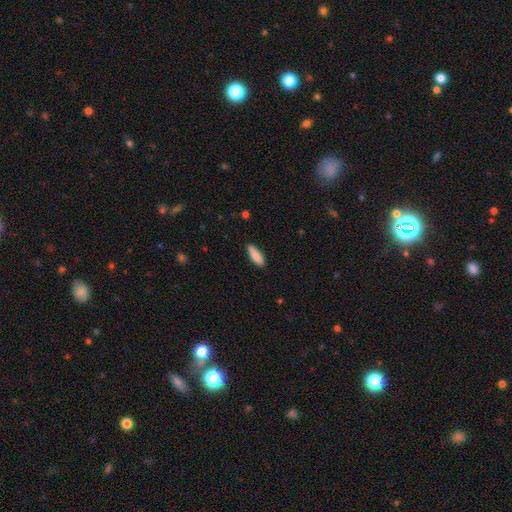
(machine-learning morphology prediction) The model was most divided on "how rounded": in between: 58%, cigar-shaped: 40%, round: 2%. More confident: merging — none (86%); smooth or featured — smooth (86%).